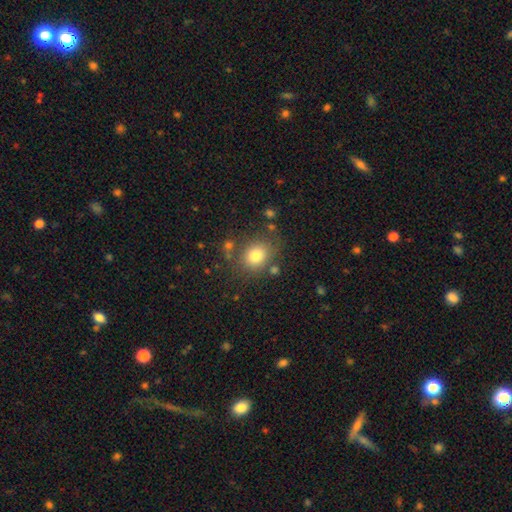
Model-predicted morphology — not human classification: Smooth or featured? Predicted: smooth (p=0.78). How rounded? Predicted: round (p=0.61). Merging? Predicted: none (p=0.75).